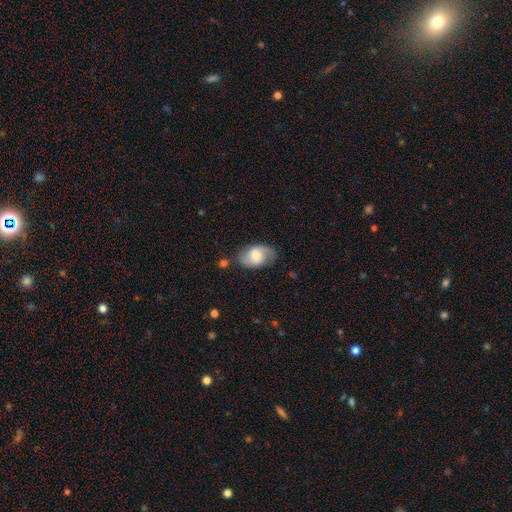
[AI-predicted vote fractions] Morphology: type=featured or disk (51%); edge-on=no (95%); merging=none (71%).